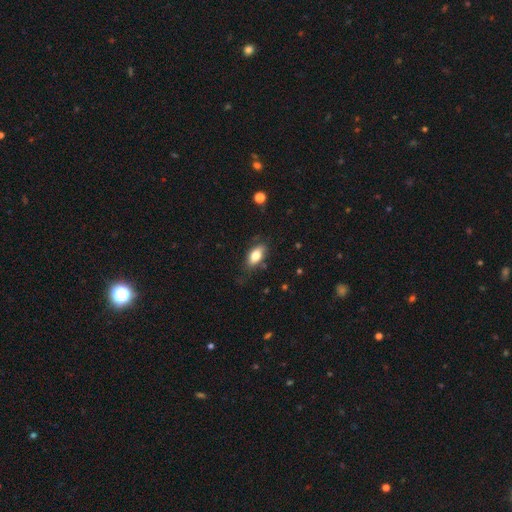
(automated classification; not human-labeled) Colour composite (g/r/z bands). It shows a smooth galaxy with no disk features (79%) that is in between round and cigar-shaped (88%). Merging: none (74%).